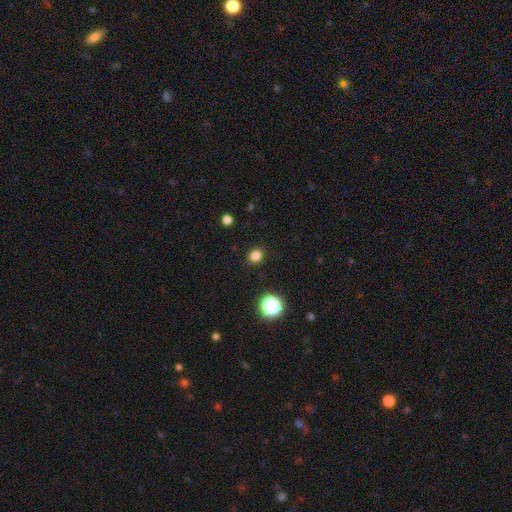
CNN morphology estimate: Q: Smooth or featured?
A: smooth (81%); runner-up: star or artifact (14%)
Q: How rounded?
A: round (66%); runner-up: in between (33%)
Q: Merging?
A: none (90%); runner-up: minor disturbance (7%)